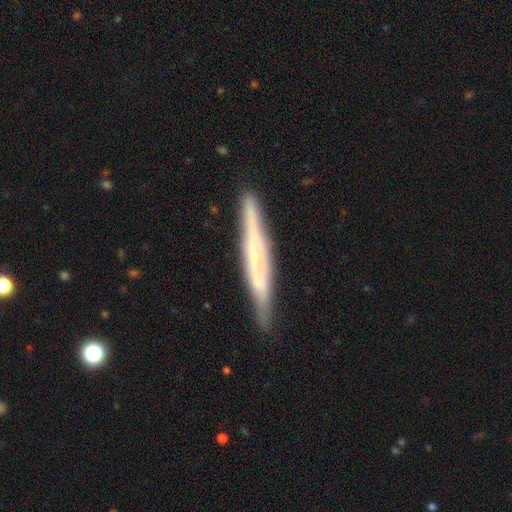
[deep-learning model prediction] Smooth or featured? Predicted: featured or disk (p=0.66). Edge-on disk? Predicted: yes (p=0.90). Edge-on bulge? Predicted: none (p=0.56). Merging? Predicted: none (p=0.84).